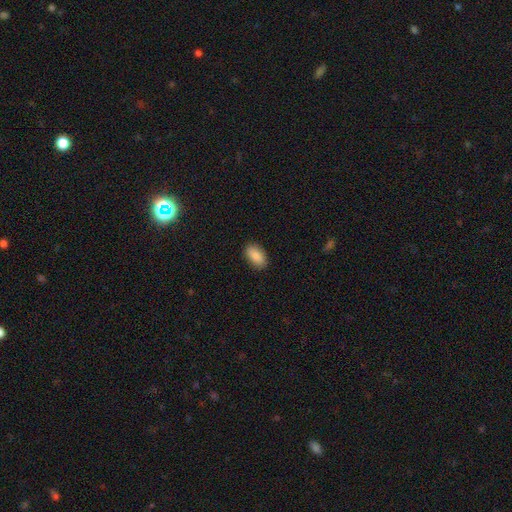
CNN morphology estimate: type=smooth (89%); roundness=in between (94%); merging=none (88%).